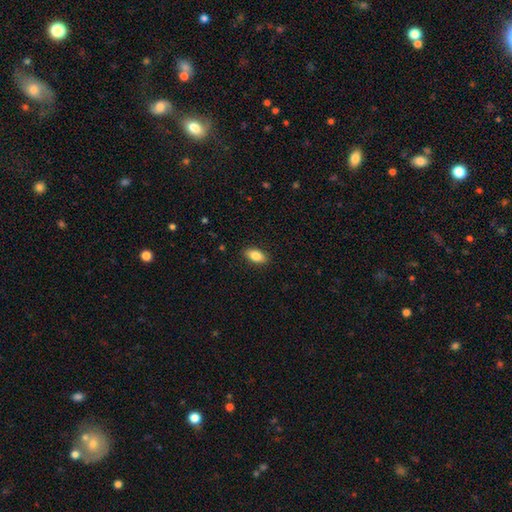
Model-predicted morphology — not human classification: Overall: smooth (84%). How rounded: in between (90%). Merging: none (89%).